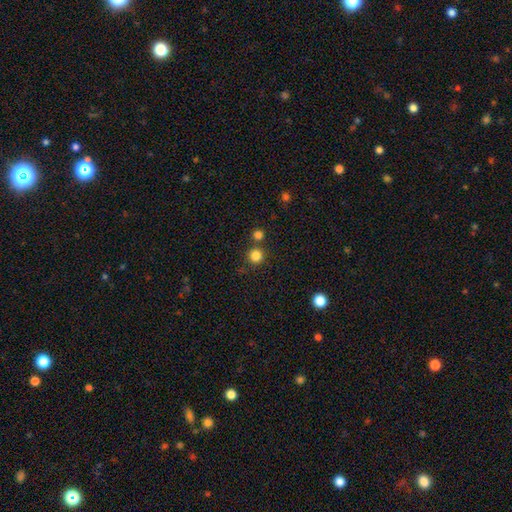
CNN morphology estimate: This appears to be a smooth galaxy with no disk features (82%) that is round (94%). Merging: none (77%).